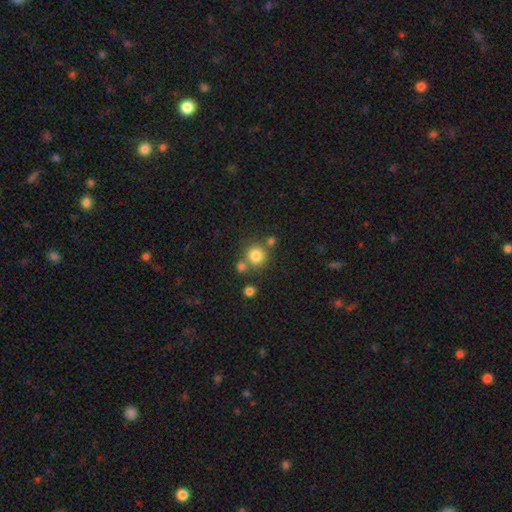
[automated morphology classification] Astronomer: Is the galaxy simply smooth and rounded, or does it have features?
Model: smooth — 81%.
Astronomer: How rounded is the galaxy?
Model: round — 91%.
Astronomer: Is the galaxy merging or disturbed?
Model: none — 68%.